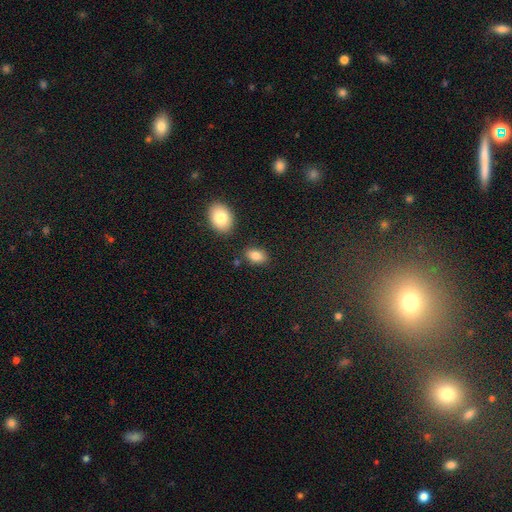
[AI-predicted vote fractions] smooth_or_featured: smooth (p=0.83) [alt: star or artifact p=0.08]
how_rounded: in between (p=0.87) [alt: round p=0.12]
merging: none (p=0.80) [alt: minor disturbance p=0.11]